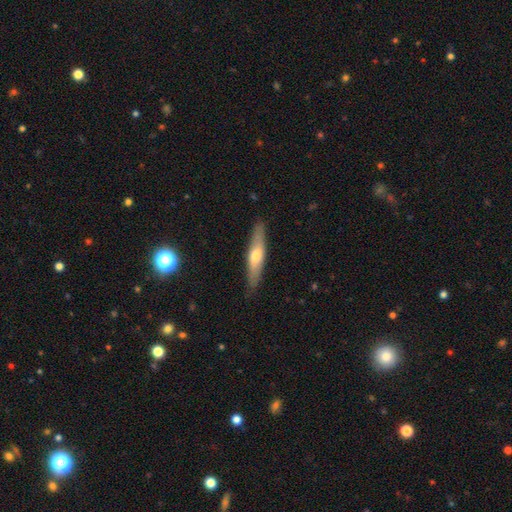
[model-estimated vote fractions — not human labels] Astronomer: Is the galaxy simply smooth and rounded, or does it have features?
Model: smooth — 49% (runner-up: featured or disk, 45%).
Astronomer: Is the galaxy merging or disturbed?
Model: none — 87%.